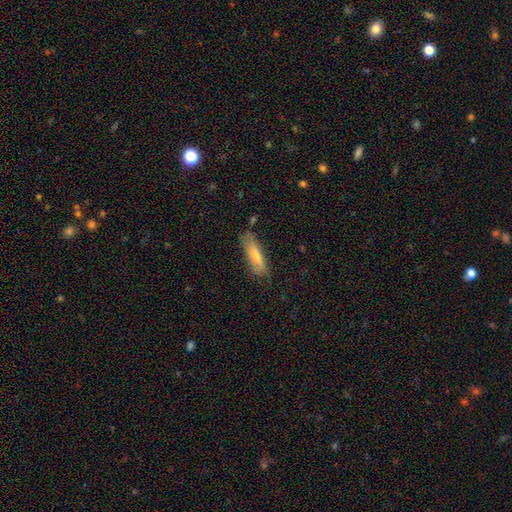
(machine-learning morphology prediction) smooth_or_featured: smooth (p=0.76) [alt: featured or disk p=0.18]
how_rounded: cigar-shaped (p=0.61) [alt: in between p=0.37]
merging: none (p=0.71) [alt: minor disturbance p=0.21]